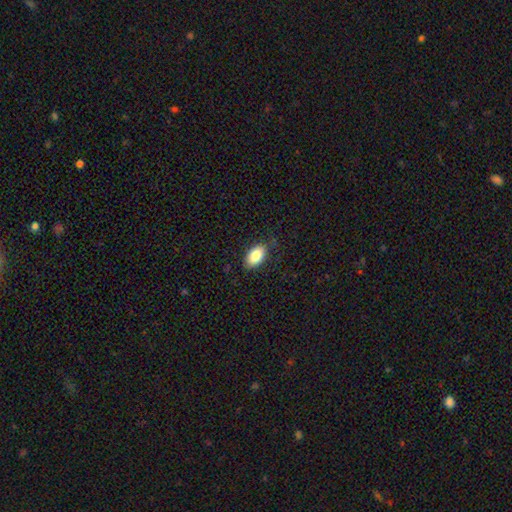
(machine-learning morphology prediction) type=smooth (84%); roundness=in between (93%); merging=none (83%).